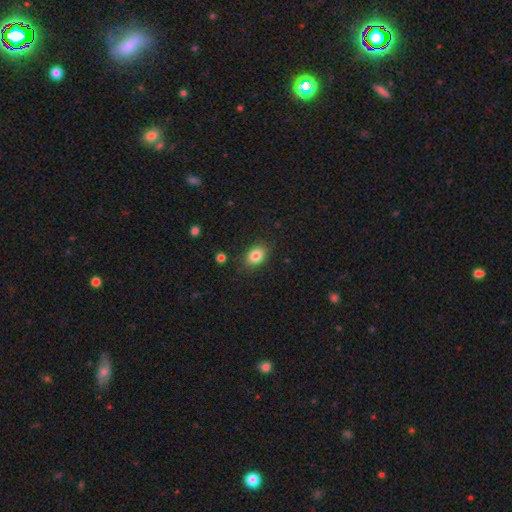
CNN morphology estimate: Overall: smooth (83%). How rounded: in between (76%). Merging: none (83%).